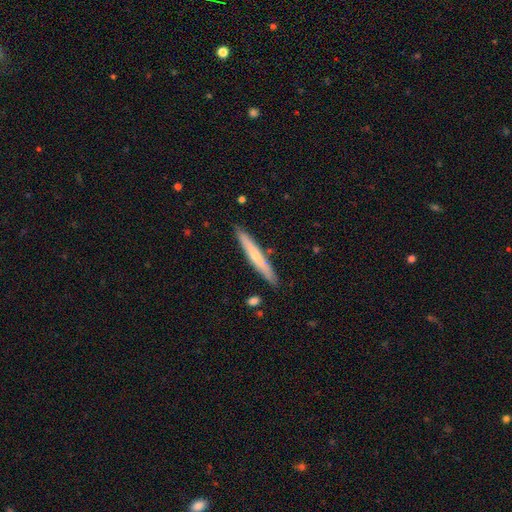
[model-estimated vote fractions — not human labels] Q: Smooth or featured?
A: smooth (53%); runner-up: featured or disk (42%)
Q: How rounded?
A: cigar-shaped (95%); runner-up: in between (4%)
Q: Merging?
A: none (88%); runner-up: minor disturbance (8%)